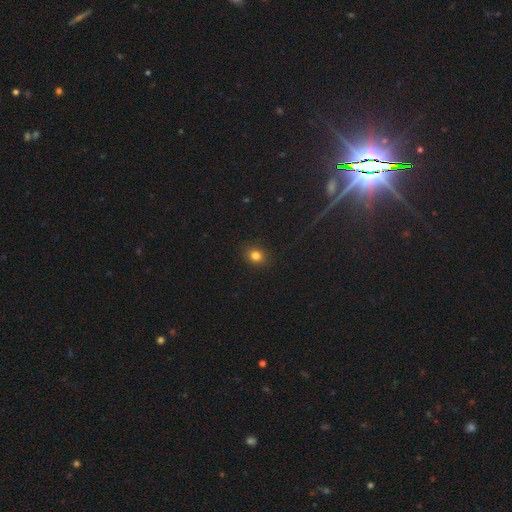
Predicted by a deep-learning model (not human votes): A smooth galaxy with no disk features (81%) that is round (72%).

Vote fractions:
- Smooth or featured? smooth: 81% / star or artifact: 14% / featured or disk: 6%
- How rounded? round: 72% / in between: 27% / cigar-shaped: 1%
- Merging? none: 91% / minor disturbance: 6% / major disturbance: 2% / merger: 1%